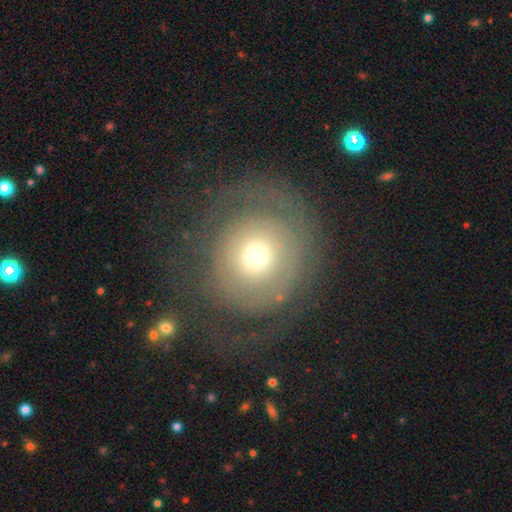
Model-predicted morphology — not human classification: Smooth or featured?
  - featured or disk: 47% *
  - smooth: 43%
  - star or artifact: 11%
Merging?
  - none: 58% *
  - major disturbance: 25%
  - minor disturbance: 15%
  - merger: 2%